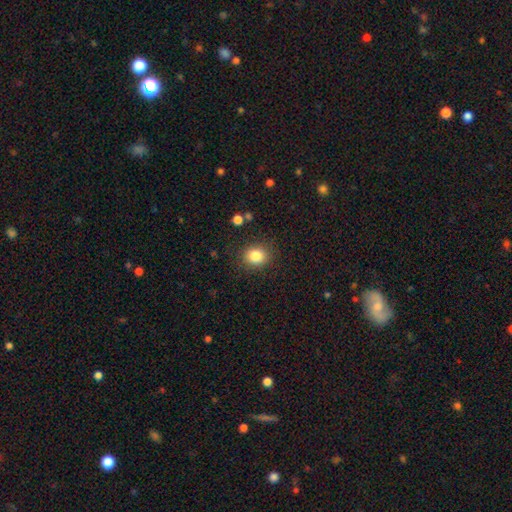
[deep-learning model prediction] smooth 84%, star or artifact 11%, featured or disk 6%. Down the decision tree: how rounded — round (69%); merging — none (86%).